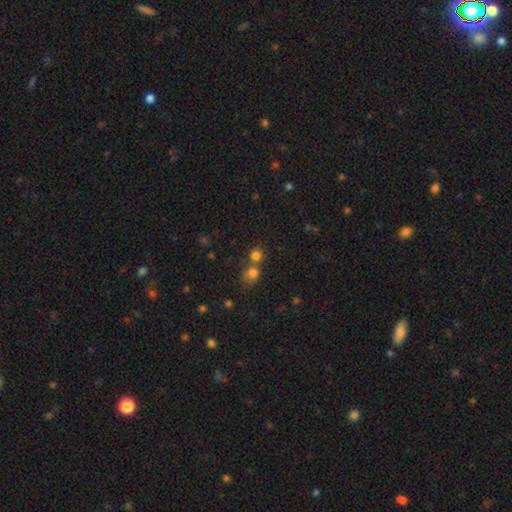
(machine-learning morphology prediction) Q: Smooth or featured?
A: smooth (76%); runner-up: star or artifact (17%)
Q: How rounded?
A: round (85%); runner-up: in between (14%)
Q: Merging?
A: none (50%); runner-up: merger (40%)